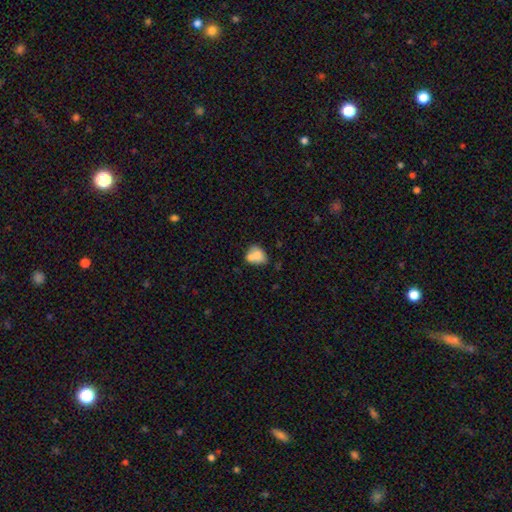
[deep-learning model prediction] This is likely a smooth galaxy (73%). How rounded: possibly in between (53%). Merging: marginally merger (43%).